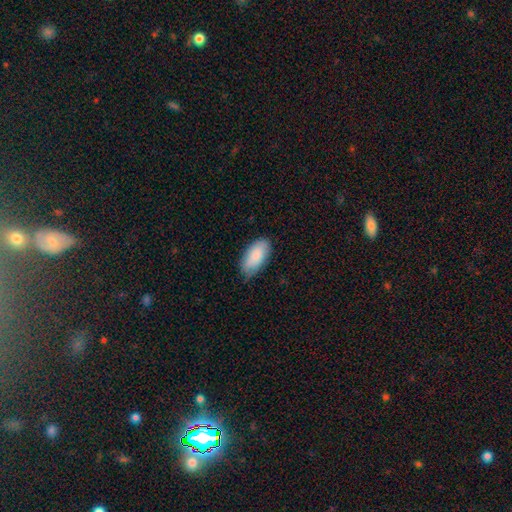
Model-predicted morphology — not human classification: Smooth or featured? Predicted: smooth (p=0.87). How rounded? Predicted: in between (p=0.93). Merging? Predicted: none (p=0.75).